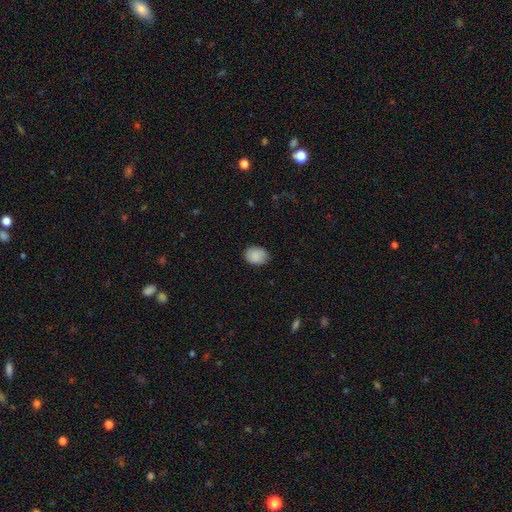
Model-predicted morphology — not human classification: Overall: smooth (88%). How rounded: in between (61%; round 38%). Merging: none (83%).